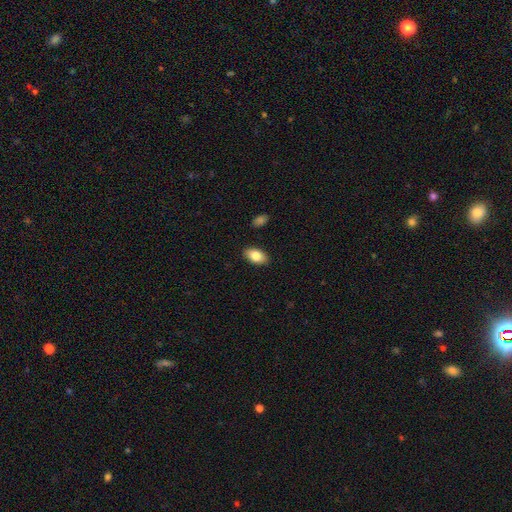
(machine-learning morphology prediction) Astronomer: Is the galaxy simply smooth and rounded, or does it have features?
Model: smooth — 83%.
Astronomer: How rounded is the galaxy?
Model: in between — 93%.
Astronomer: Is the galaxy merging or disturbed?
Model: none — 88%.